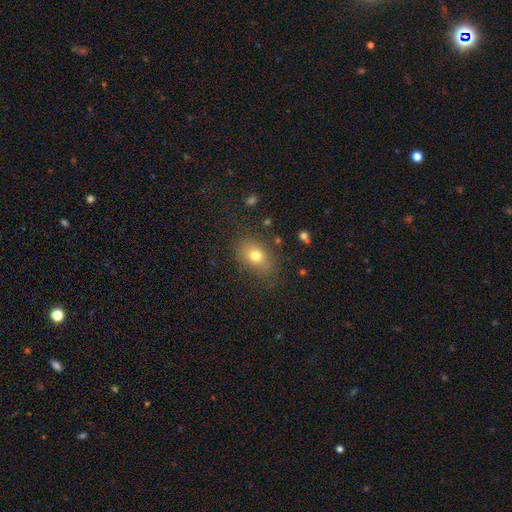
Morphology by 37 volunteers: smooth-or-featured: smooth: 81% | featured or disk: 14% | star or artifact: 5%
  how-rounded: in between: 80% | round: 20% | cigar-shaped: 0%
  merging: none: 69% | minor disturbance: 20% | major disturbance: 9% | merger: 3%